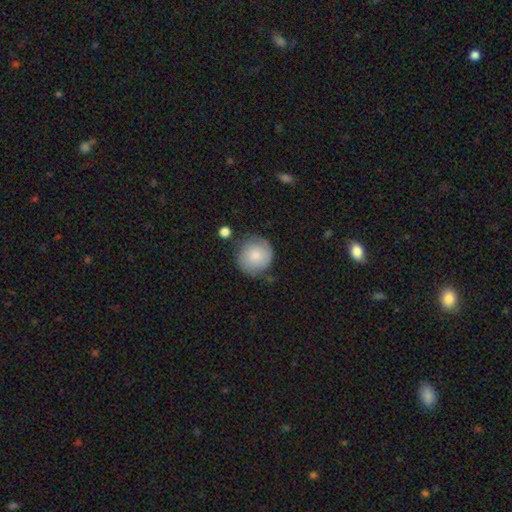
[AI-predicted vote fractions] smooth-or-featured: smooth: 65% | featured or disk: 28% | star or artifact: 7%
  how-rounded: round: 92% | in between: 7% | cigar-shaped: 1%
  merging: none: 68% | minor disturbance: 22% | major disturbance: 7% | merger: 4%